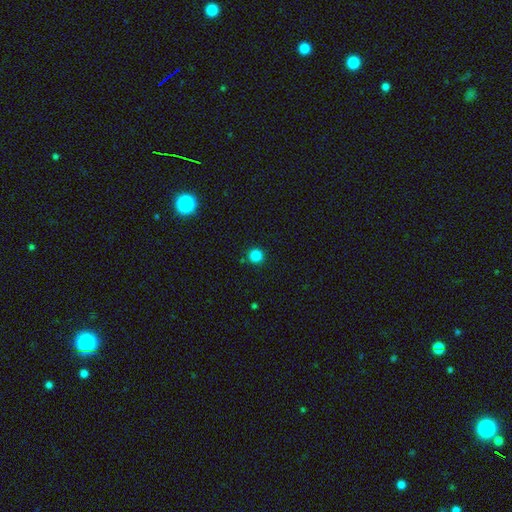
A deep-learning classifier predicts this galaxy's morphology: Smooth or featured? smooth (85%)
How rounded? round (96%)
Merging? none (90%)